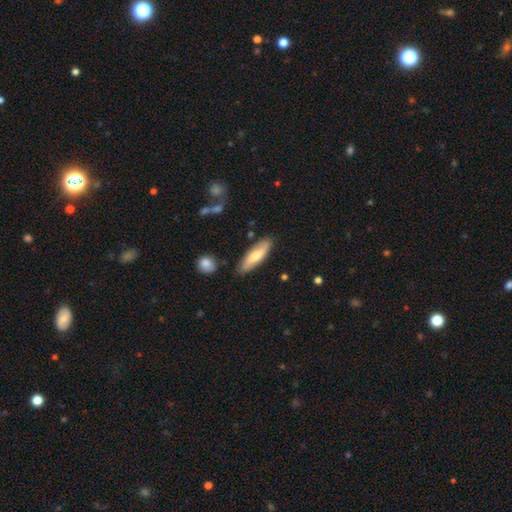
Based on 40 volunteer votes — This appears to be a smooth galaxy with no disk features (50%) that is in between round and cigar-shaped (60%). Merging: none (82%).